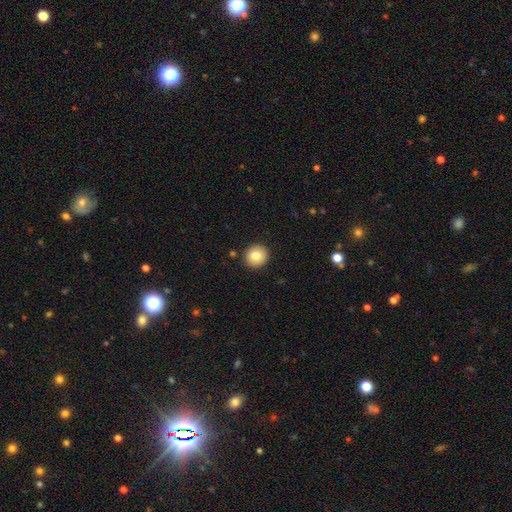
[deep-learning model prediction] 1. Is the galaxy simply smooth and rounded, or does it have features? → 82% smooth, 9% featured or disk, 9% star or artifact.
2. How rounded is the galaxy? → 92% round, 7% in between, 1% cigar-shaped.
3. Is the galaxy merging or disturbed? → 91% none, 6% minor disturbance, 2% major disturbance, 1% merger.